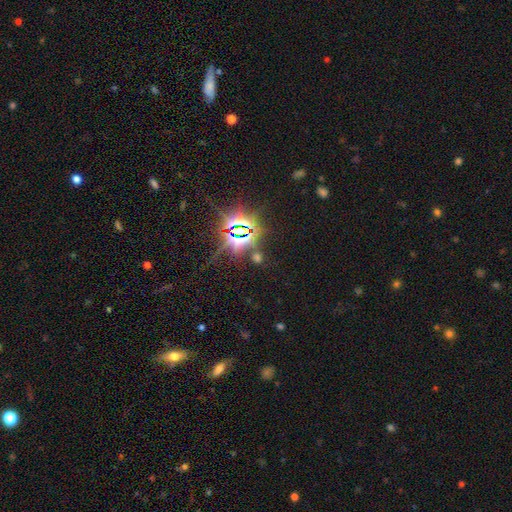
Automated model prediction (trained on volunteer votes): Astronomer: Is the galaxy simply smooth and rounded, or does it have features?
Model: star or artifact — 84%.